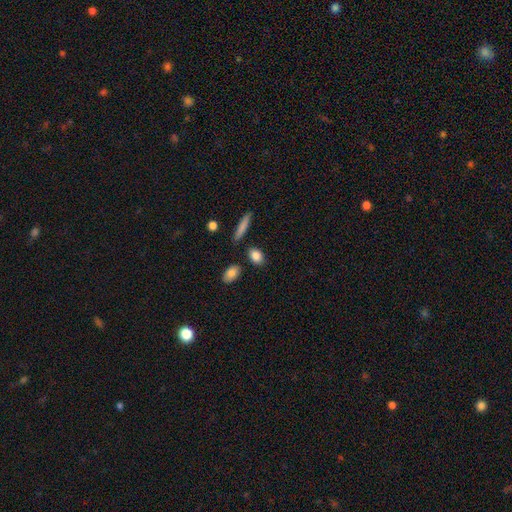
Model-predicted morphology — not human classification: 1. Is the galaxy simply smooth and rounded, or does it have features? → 85% smooth, 8% star or artifact, 7% featured or disk.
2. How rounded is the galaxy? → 71% in between, 21% round, 8% cigar-shaped.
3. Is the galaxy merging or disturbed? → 81% none, 10% minor disturbance, 6% merger, 3% major disturbance.